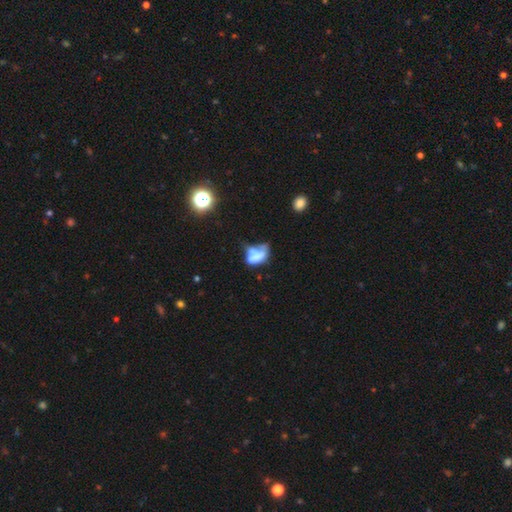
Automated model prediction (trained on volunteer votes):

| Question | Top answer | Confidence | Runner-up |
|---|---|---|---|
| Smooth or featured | smooth | 53% | featured or disk (35%) |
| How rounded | in between | 85% | round (10%) |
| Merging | merger | 33% | major disturbance (29%) |